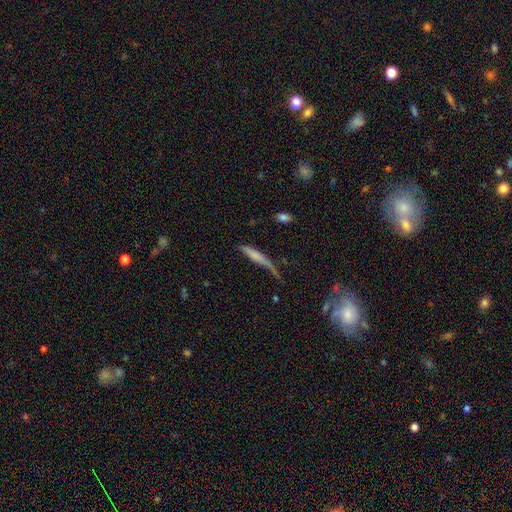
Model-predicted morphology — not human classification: type=smooth (64%); roundness=cigar-shaped (88%); merging=none (38%).